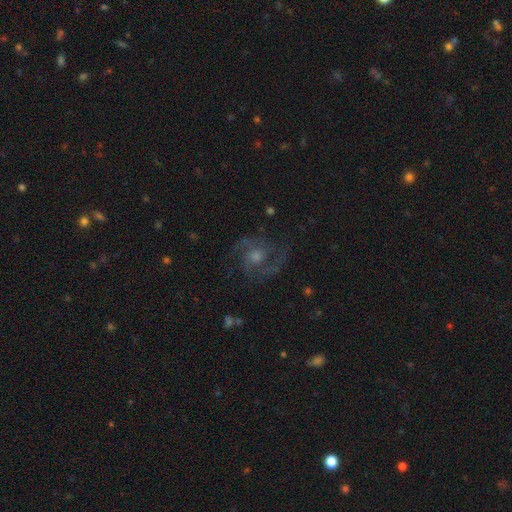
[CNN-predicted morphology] This appears to be a featured or disk galaxy (82%) with no bar (59%), 2 (67%) medium (59%) spiral arms (96%) and a moderate central bulge (55%). Merging: none (76%).